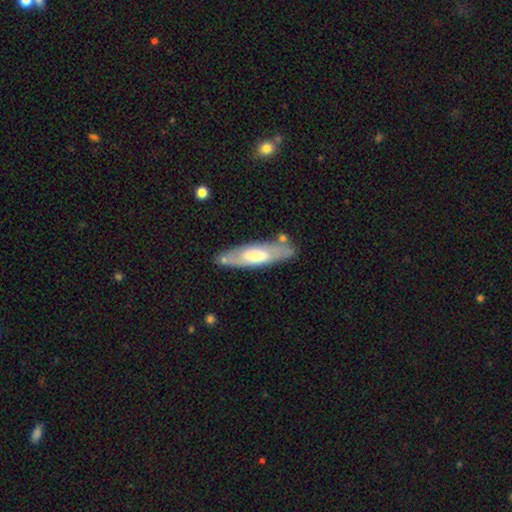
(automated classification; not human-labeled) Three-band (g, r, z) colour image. It shows a featured or disk galaxy (48%). Merging: none (74%).